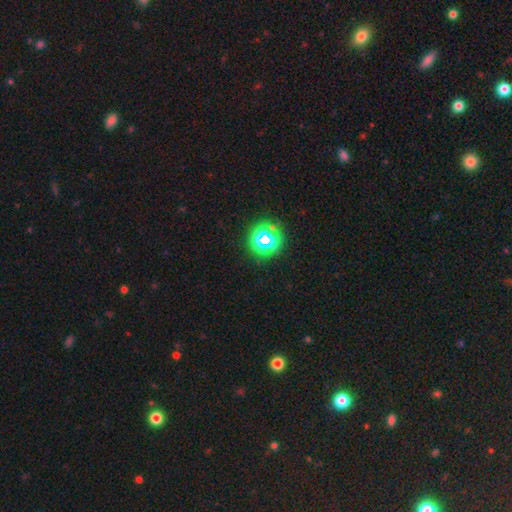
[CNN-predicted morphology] Q: Smooth or featured?
A: star or artifact (52%); runner-up: smooth (42%)